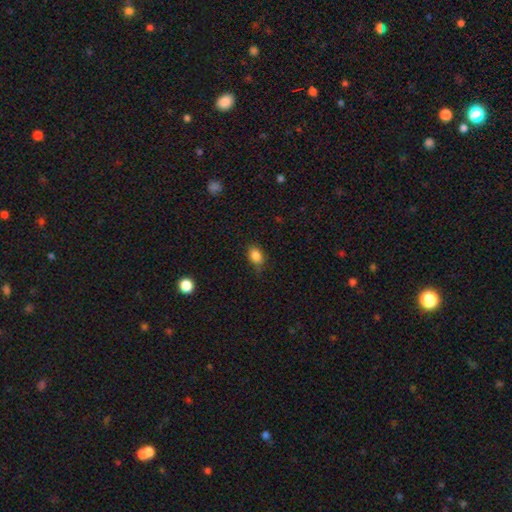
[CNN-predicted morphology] The model was most divided on "how rounded": in between: 74%, round: 25%, cigar-shaped: 2%. More confident: smooth or featured — smooth (86%); merging — none (76%).